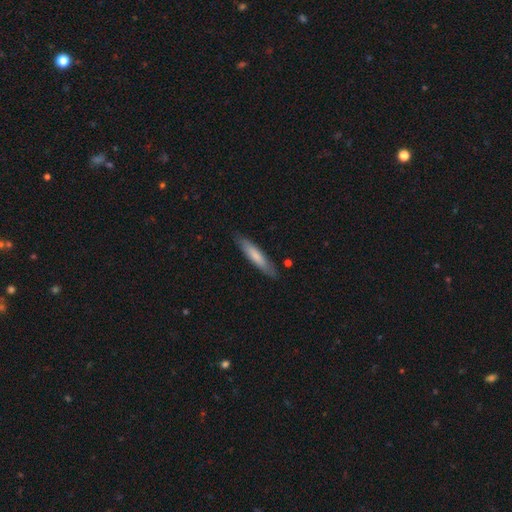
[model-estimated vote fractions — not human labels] A smooth galaxy with no disk features (72%) that is cigar-shaped (87%).

Vote fractions:
- Smooth or featured? smooth: 72% / featured or disk: 23% / star or artifact: 5%
- How rounded? cigar-shaped: 87% / in between: 12% / round: 1%
- Merging? none: 85% / minor disturbance: 12% / major disturbance: 2% / merger: 1%